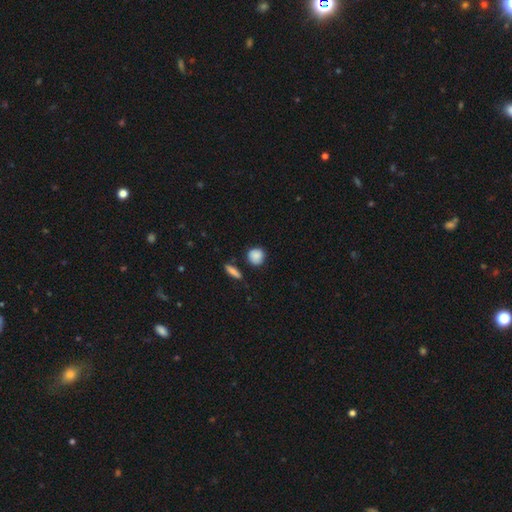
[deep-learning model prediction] Morphology: type=smooth (87%); roundness=round (87%); merging=none (80%).